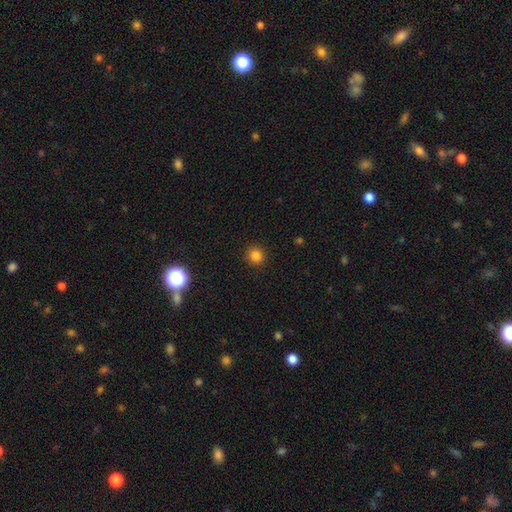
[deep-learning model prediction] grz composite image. It shows a smooth galaxy with no disk features (83%) that is round (91%). Merging: none (91%).